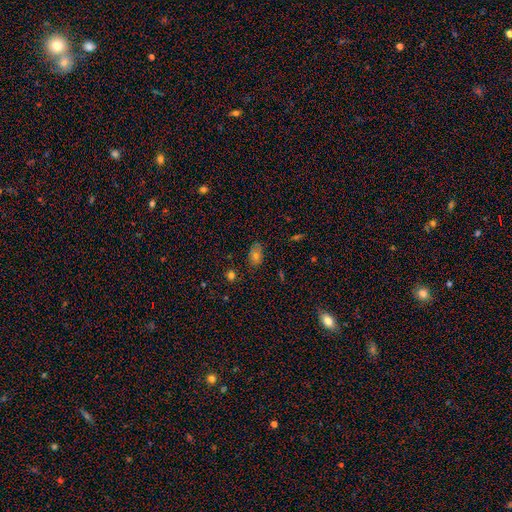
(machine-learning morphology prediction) A smooth galaxy with no disk features (67%) that is in between round and cigar-shaped (82%).

Vote fractions:
- Smooth or featured? smooth: 67% / featured or disk: 17% / star or artifact: 16%
- How rounded? in between: 82% / round: 16% / cigar-shaped: 2%
- Merging? none: 73% / minor disturbance: 21% / major disturbance: 5% / merger: 2%